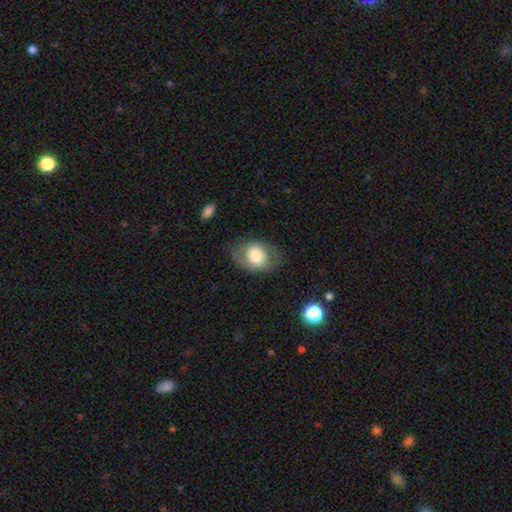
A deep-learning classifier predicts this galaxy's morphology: Smooth or featured? Predicted: smooth (p=0.62). How rounded? Predicted: in between (p=0.68). Merging? Predicted: none (p=0.71).